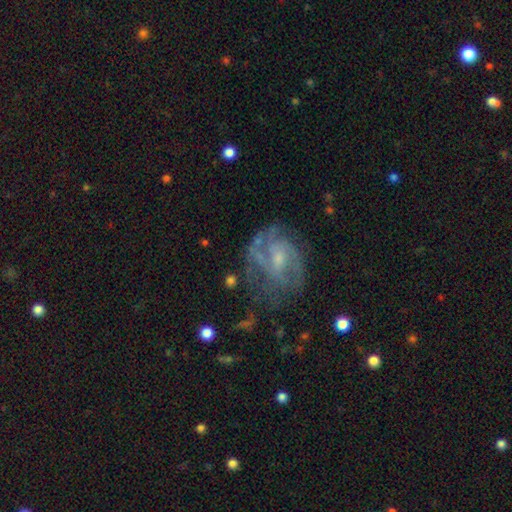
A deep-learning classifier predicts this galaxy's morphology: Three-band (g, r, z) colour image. It shows a featured or disk galaxy (77%) with a weak bar (47%), 2 (41%) medium (46%) spiral arms (82%) and a small central bulge (48%). Merging: none (52%).